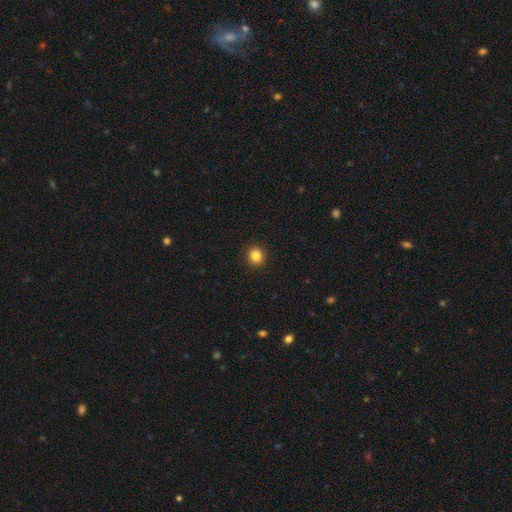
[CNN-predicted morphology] The model was most divided on "smooth or featured": smooth: 84%, star or artifact: 11%, featured or disk: 5%. More confident: merging — none (93%); how rounded — round (88%).